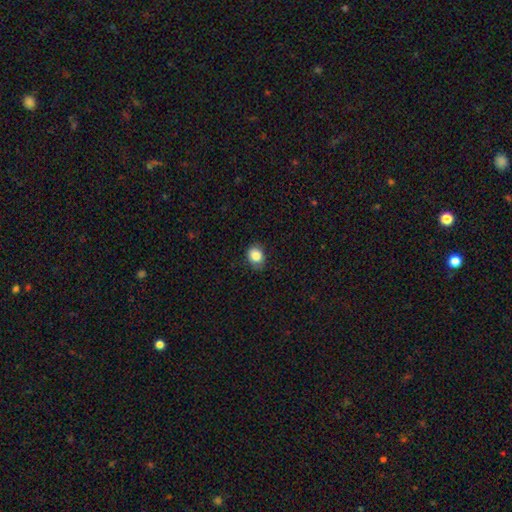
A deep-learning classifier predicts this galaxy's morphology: The model was most divided on "how rounded": round: 56%, in between: 43%, cigar-shaped: 1%. More confident: smooth or featured — smooth (86%); merging — none (80%).